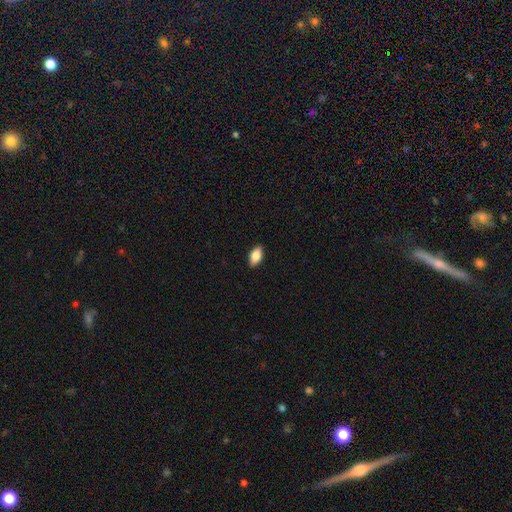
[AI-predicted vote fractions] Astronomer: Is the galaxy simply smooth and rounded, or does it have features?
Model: smooth — 84%.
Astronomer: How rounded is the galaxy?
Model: in between — 91%.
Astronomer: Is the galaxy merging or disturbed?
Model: none — 89%.